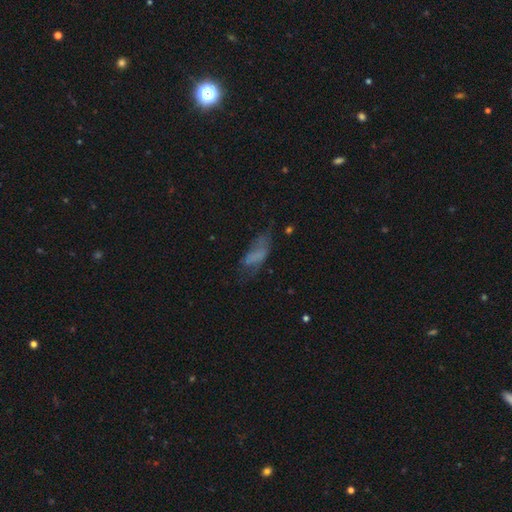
Morphology: type=smooth (62%); roundness=in between (79%); merging=none (42%).